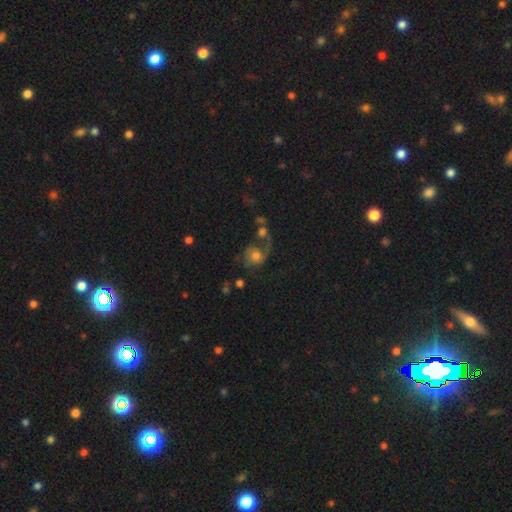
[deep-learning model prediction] featured or disk 64%, smooth 27%, star or artifact 9%. Down the decision tree: edge-on disk — no (98%); bar — no (78%); spiral arms — yes (88%); spiral arm count — 2 (49%); spiral winding — loose (42%); bulge size — moderate (54%); merging — none (34%).